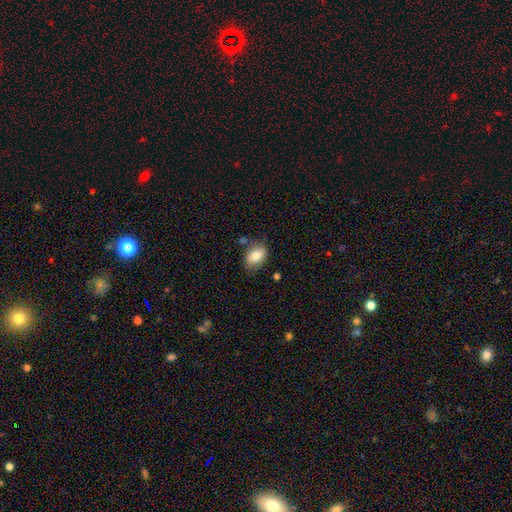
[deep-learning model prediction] The model was most divided on "merging": none: 72%, minor disturbance: 18%, merger: 6%, major disturbance: 4%. More confident: how rounded — in between (83%); smooth or featured — smooth (82%).